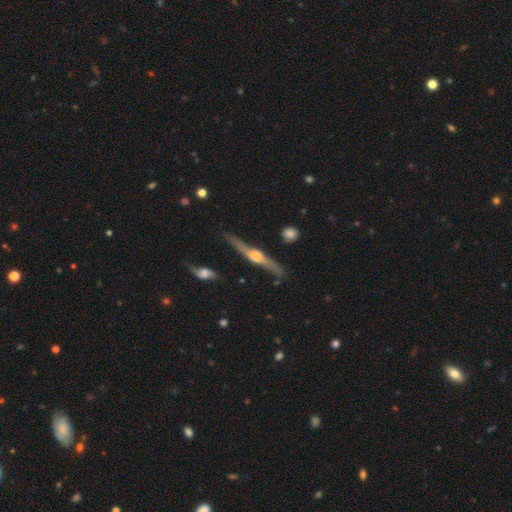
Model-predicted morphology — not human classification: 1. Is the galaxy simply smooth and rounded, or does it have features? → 82% featured or disk, 13% smooth, 5% star or artifact.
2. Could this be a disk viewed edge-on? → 96% yes, 4% no.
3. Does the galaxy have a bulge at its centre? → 93% rounded, 5% boxy, 3% none.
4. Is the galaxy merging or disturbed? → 82% none, 13% minor disturbance, 3% major disturbance, 3% merger.